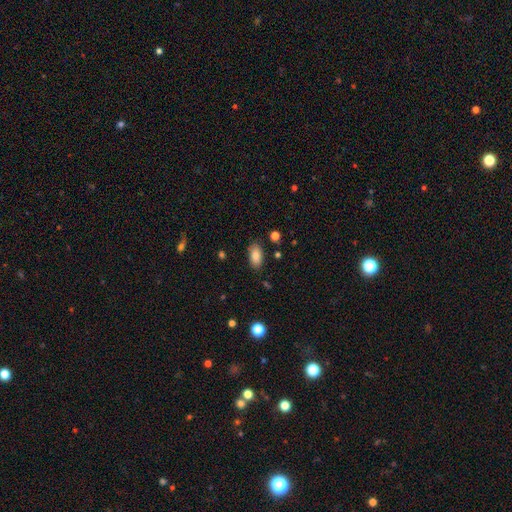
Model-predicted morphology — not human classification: This is clearly a smooth galaxy (85%). How rounded: clearly in between (92%). Merging: clearly none (84%).